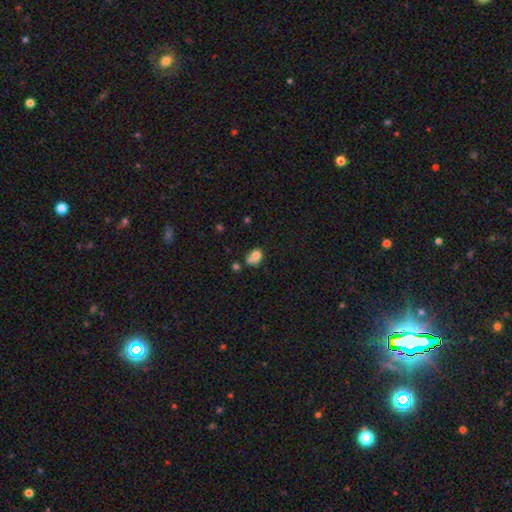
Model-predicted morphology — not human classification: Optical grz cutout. It shows a smooth galaxy with no disk features (75%) that is round (50%). Merging: merger (45%).